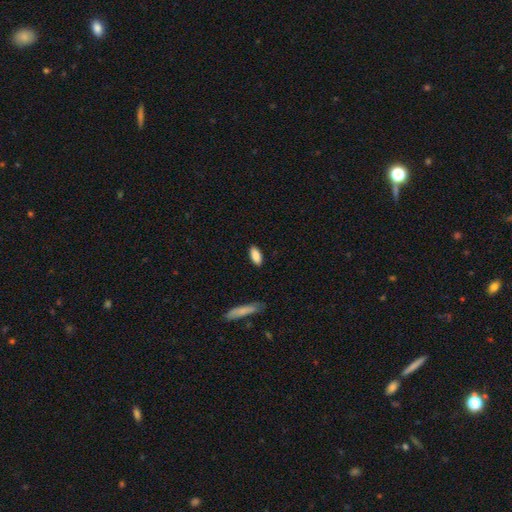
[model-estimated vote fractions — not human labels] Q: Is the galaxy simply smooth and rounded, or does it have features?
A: smooth — 87%.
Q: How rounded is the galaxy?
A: in between — 83%.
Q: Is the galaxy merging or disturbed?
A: none — 87%.